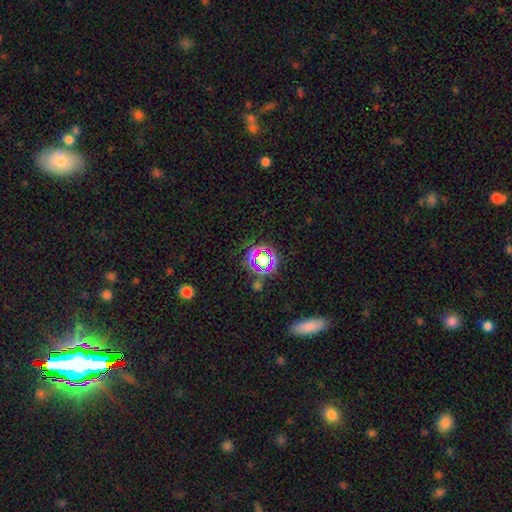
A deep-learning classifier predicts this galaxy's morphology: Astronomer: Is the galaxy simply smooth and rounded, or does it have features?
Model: star or artifact — 58%.